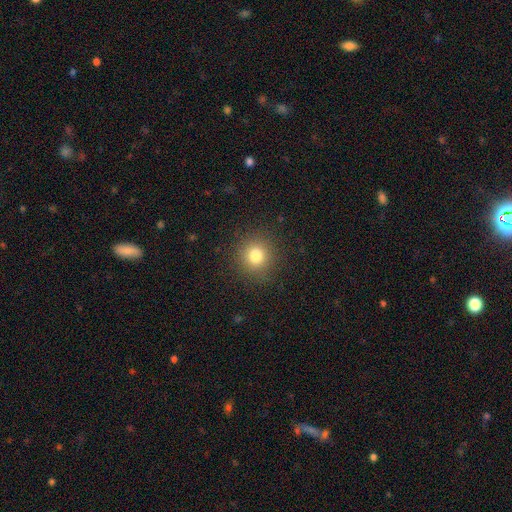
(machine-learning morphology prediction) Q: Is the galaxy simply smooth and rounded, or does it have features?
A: smooth — 79%.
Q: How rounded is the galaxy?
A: round — 92%.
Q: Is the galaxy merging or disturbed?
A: none — 90%.